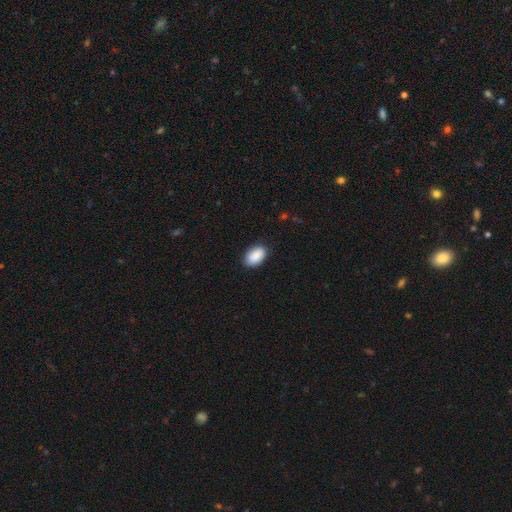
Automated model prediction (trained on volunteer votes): Smooth or featured?
  - smooth: 89% *
  - star or artifact: 6%
  - featured or disk: 4%
How rounded?
  - in between: 91% *
  - round: 8%
  - cigar-shaped: 1%
Merging?
  - none: 86% *
  - minor disturbance: 11%
  - major disturbance: 2%
  - merger: 1%